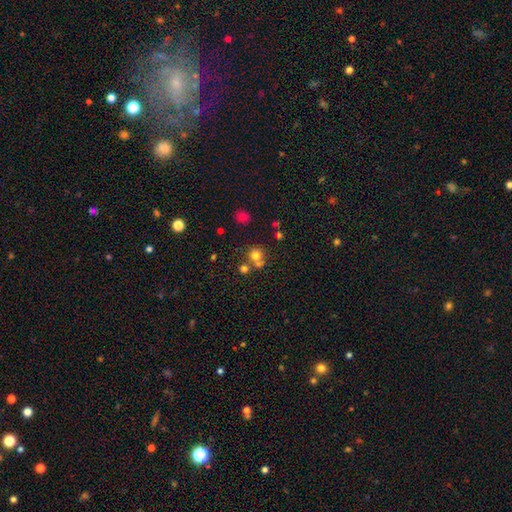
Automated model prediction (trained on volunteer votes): smooth 71%, star or artifact 17%, featured or disk 12%. Down the decision tree: how rounded — round (88%); merging — none (55%).